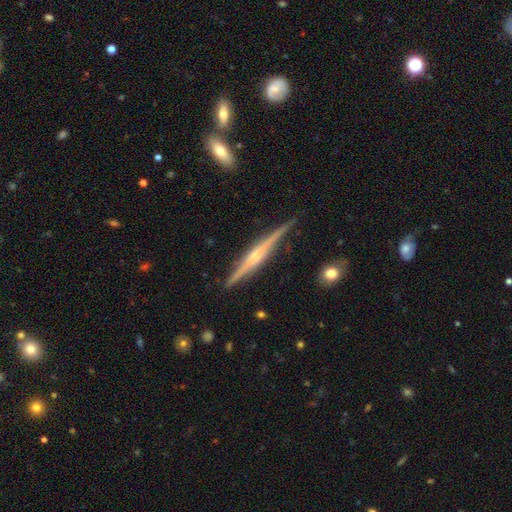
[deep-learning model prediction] smooth-or-featured: featured or disk: 79% | smooth: 16% | star or artifact: 6%
  disk-edge-on: yes: 98% | no: 2%
    edge-on-bulge: rounded: 62% | none: 20% | boxy: 19%
  merging: none: 86% | minor disturbance: 11% | major disturbance: 2% | merger: 2%